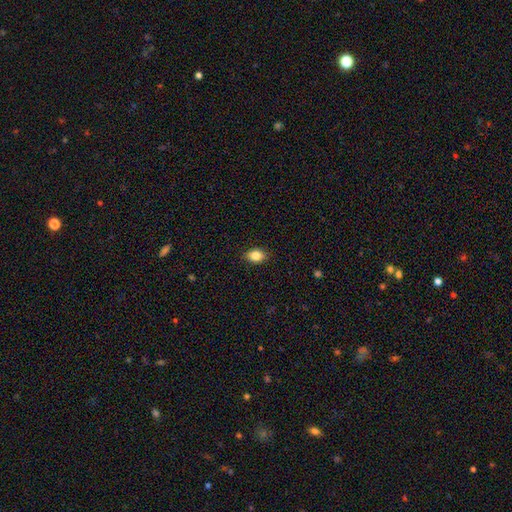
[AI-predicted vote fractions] smooth_or_featured: smooth (p=0.85) [alt: star or artifact p=0.09]
how_rounded: in between (p=0.73) [alt: round p=0.25]
merging: none (p=0.88) [alt: minor disturbance p=0.09]